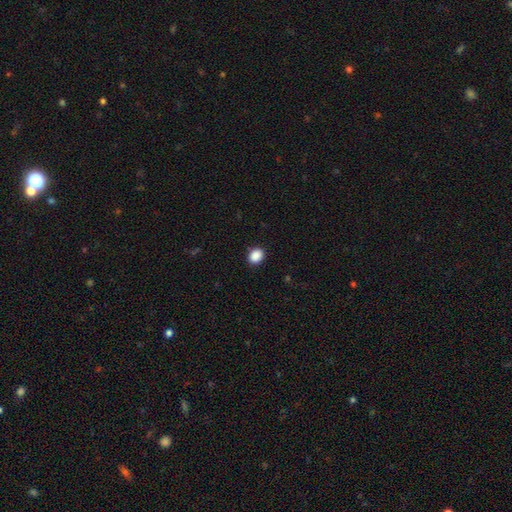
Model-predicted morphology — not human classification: This is clearly a smooth galaxy (89%). How rounded: possibly round (56%). Merging: clearly none (89%).